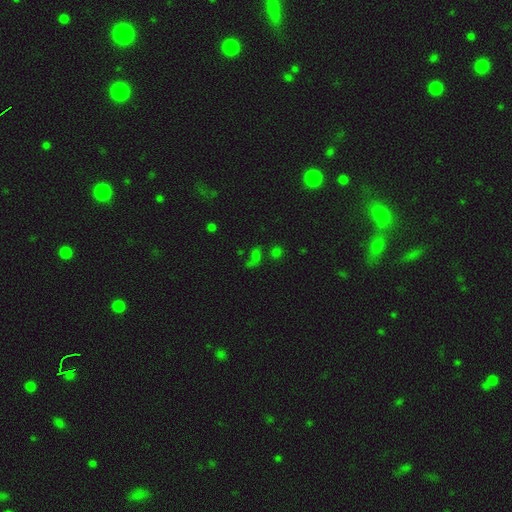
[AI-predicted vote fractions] Overall: smooth (45%; star or artifact 41%). Merging: none (39%; merger 29%).